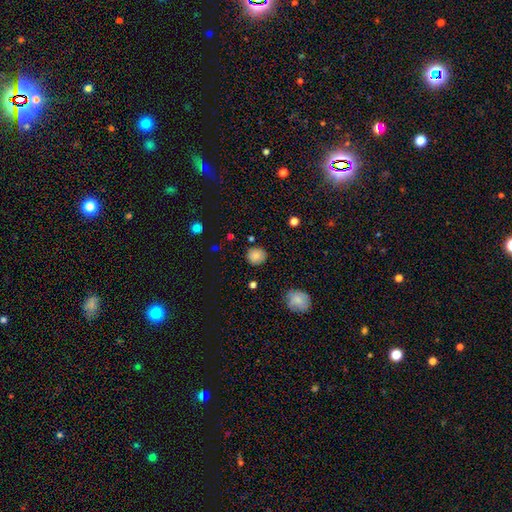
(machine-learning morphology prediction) Smooth or featured? smooth (84%)
How rounded? round (88%)
Merging? none (85%)